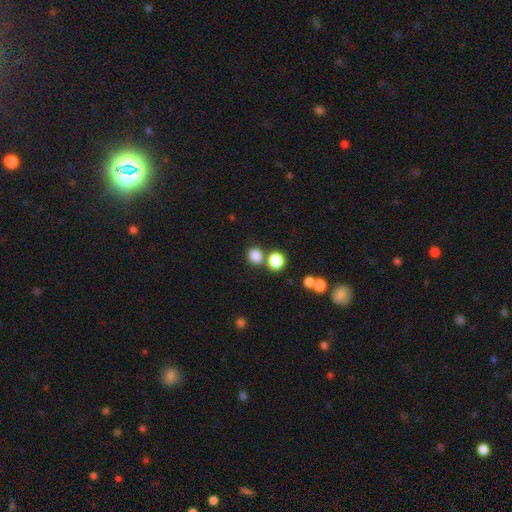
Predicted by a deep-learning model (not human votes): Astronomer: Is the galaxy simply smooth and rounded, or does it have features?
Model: smooth — 83%.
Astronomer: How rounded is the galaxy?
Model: round — 79%.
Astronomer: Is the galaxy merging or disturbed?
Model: none — 66%.